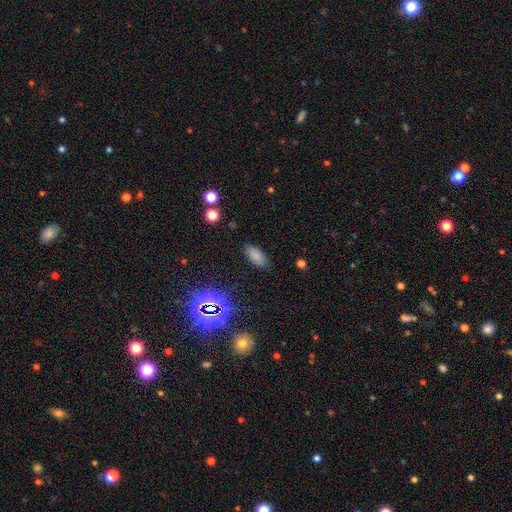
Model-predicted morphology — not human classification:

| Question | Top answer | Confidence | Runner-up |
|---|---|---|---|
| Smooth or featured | smooth | 80% | star or artifact (15%) |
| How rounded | in between | 88% | cigar-shaped (9%) |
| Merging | none | 85% | minor disturbance (11%) |